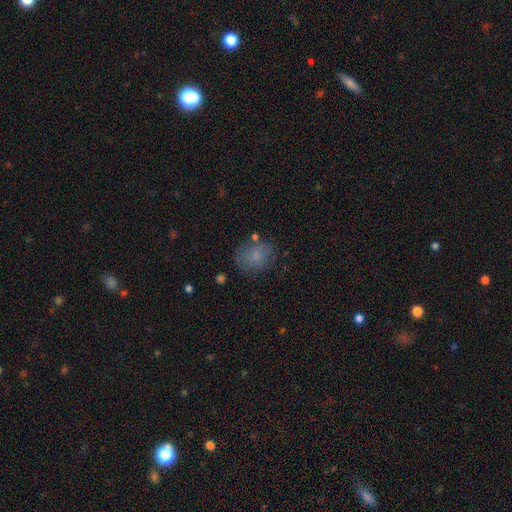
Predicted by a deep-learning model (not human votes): A smooth galaxy with no disk features (77%) that is round (63%).

Vote fractions:
- Smooth or featured? smooth: 77% / featured or disk: 13% / star or artifact: 11%
- How rounded? round: 63% / in between: 36% / cigar-shaped: 1%
- Merging? none: 71% / minor disturbance: 18% / major disturbance: 7% / merger: 4%